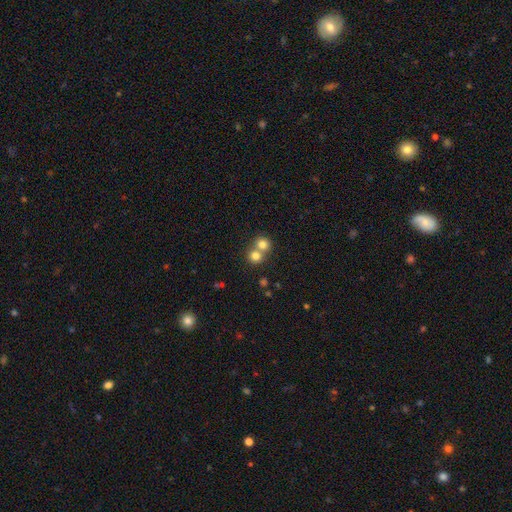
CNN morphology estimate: smooth-or-featured: smooth: 78% | star or artifact: 12% | featured or disk: 11%
  how-rounded: round: 85% | in between: 14% | cigar-shaped: 1%
  merging: merger: 54% | none: 40% | minor disturbance: 4% | major disturbance: 2%